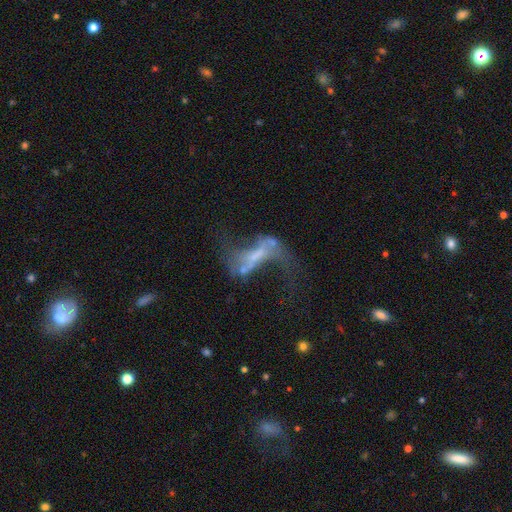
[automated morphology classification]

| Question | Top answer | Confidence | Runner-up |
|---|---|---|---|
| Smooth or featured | featured or disk | 74% | smooth (13%) |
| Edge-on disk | no | 92% | yes (8%) |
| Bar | no | 34% | tied: weak (34%) |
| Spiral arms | yes | 73% | no (27%) |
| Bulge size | none | 46% | small (35%) |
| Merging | major disturbance | 35% | tied: none (35%) |